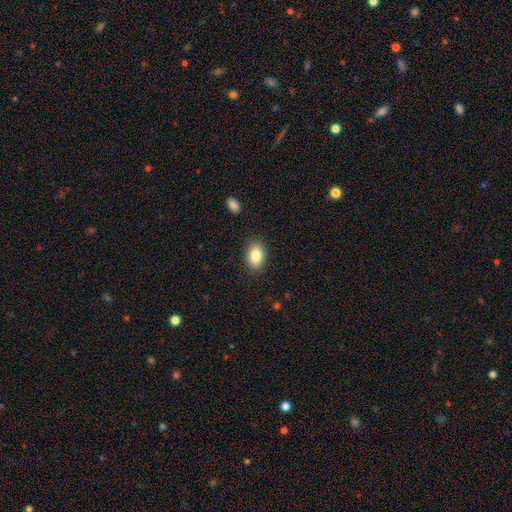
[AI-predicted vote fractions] Q: Smooth or featured?
A: smooth (85%); runner-up: star or artifact (8%)
Q: How rounded?
A: in between (86%); runner-up: round (13%)
Q: Merging?
A: none (88%); runner-up: minor disturbance (9%)